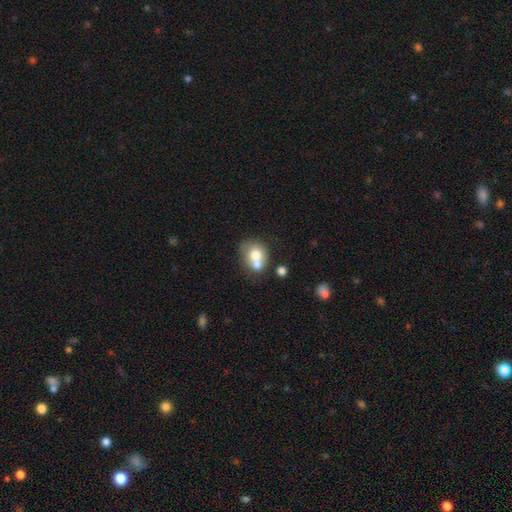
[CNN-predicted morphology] type=smooth (69%); roundness=round (65%); merging=merger (51%).